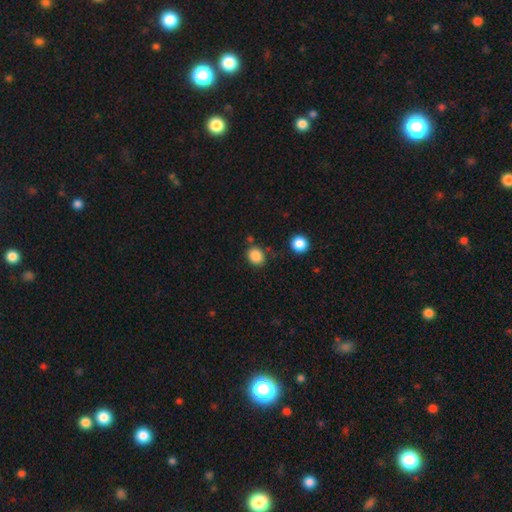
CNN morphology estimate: Q: Smooth or featured?
A: smooth (86%); runner-up: star or artifact (10%)
Q: How rounded?
A: round (61%); runner-up: in between (38%)
Q: Merging?
A: none (78%); runner-up: minor disturbance (13%)